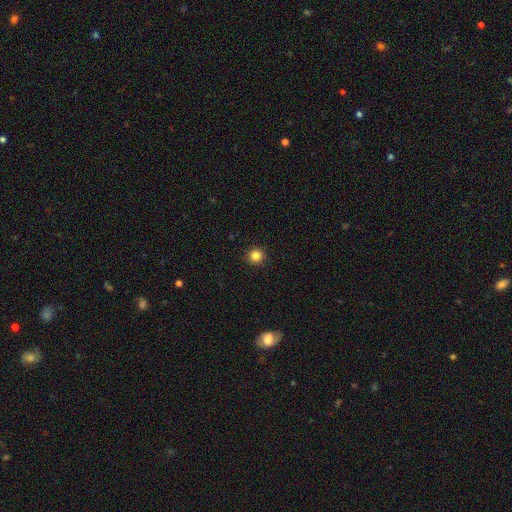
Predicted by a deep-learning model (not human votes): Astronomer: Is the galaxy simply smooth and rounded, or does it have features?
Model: smooth — 83%.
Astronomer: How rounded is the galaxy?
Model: round — 95%.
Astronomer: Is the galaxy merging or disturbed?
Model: none — 93%.